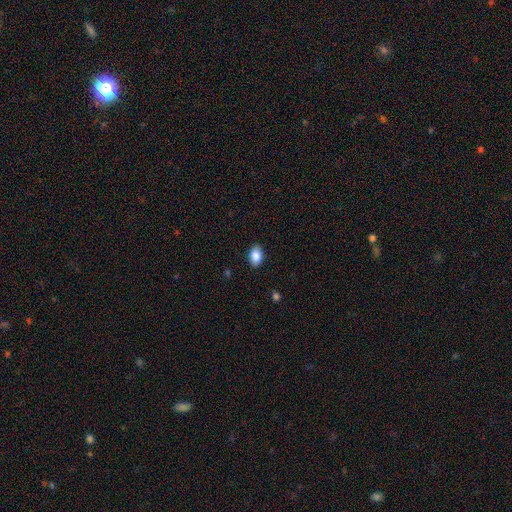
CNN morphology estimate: A smooth galaxy with no disk features (88%) that is in between round and cigar-shaped (90%). Merging: none (88%).